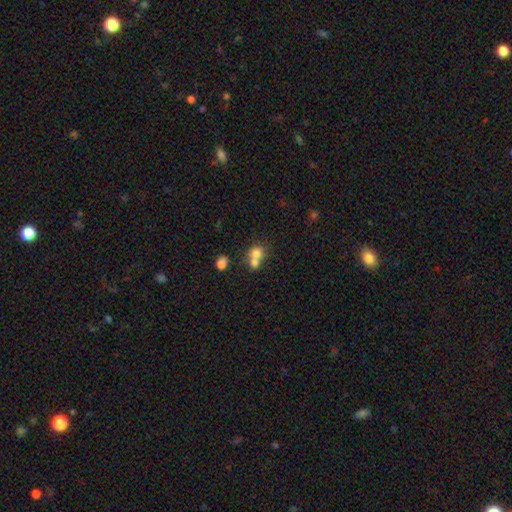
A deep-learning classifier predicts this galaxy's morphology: This is likely a smooth galaxy (75%). How rounded: likely round (71%). Merging: likely merger (60%).